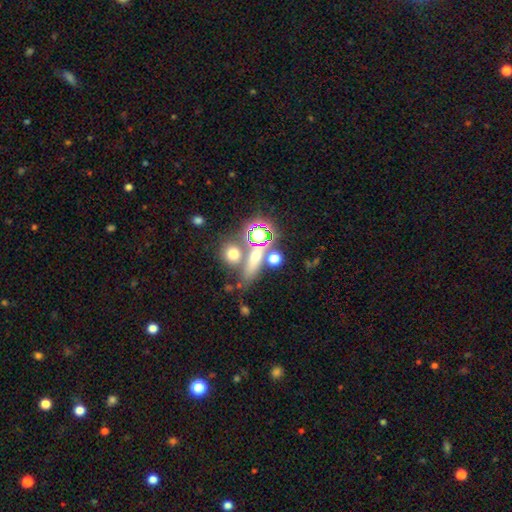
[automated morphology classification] smooth-or-featured: smooth: 46% | star or artifact: 35% | featured or disk: 19%
  merging: none: 59% | merger: 24% | minor disturbance: 11% | major disturbance: 6%